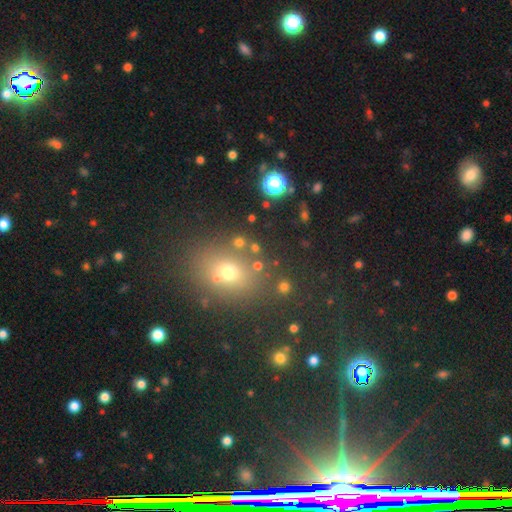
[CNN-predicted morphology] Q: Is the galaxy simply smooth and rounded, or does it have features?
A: smooth — 49%.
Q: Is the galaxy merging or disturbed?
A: none — 79%.